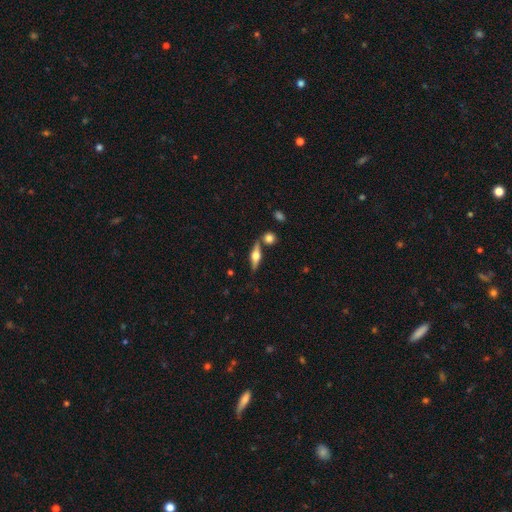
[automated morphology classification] Q: Smooth or featured?
A: featured or disk (66%); runner-up: smooth (28%)
Q: Edge-on disk?
A: yes (95%); runner-up: no (5%)
Q: Edge-on bulge?
A: rounded (94%); runner-up: boxy (5%)
Q: Merging?
A: none (74%); runner-up: merger (12%)